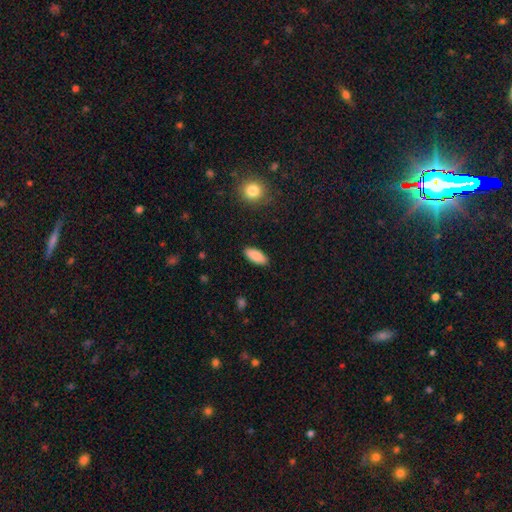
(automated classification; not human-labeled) Smooth or featured? Predicted: smooth (p=0.87). How rounded? Predicted: in between (p=0.88). Merging? Predicted: none (p=0.89).